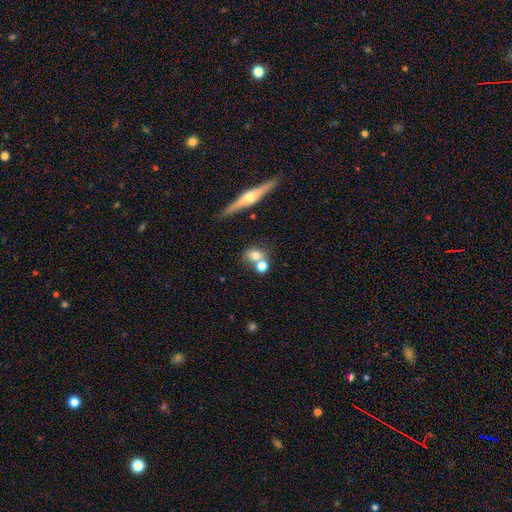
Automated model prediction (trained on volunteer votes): Smooth or featured?
  - smooth: 67% *
  - featured or disk: 22%
  - star or artifact: 10%
How rounded?
  - round: 62% *
  - in between: 34%
  - cigar-shaped: 4%
Merging?
  - merger: 44% *
  - none: 43%
  - minor disturbance: 9%
  - major disturbance: 4%